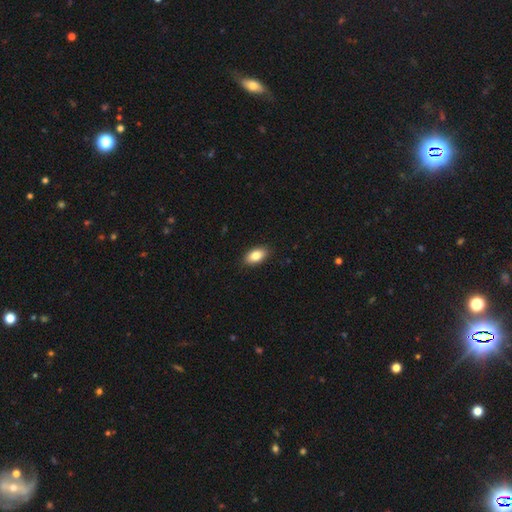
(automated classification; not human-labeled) Overall: smooth (84%). How rounded: in between (92%). Merging: none (89%).